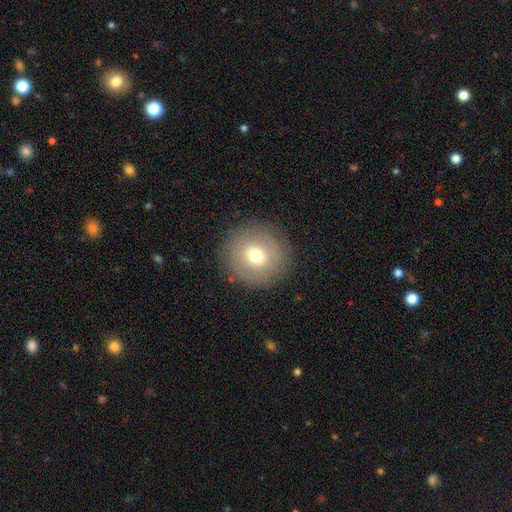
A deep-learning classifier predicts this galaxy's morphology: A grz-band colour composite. It shows a smooth galaxy with no disk features (65%) that is round (90%). Merging: none (87%).